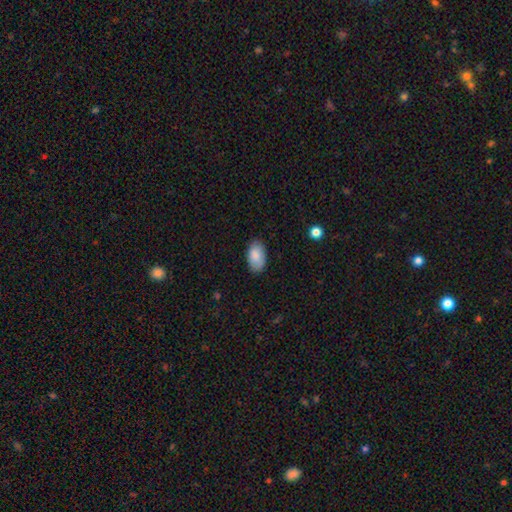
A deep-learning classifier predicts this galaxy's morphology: smooth-or-featured: smooth: 87% | featured or disk: 7% | star or artifact: 6%
  how-rounded: in between: 95% | round: 4% | cigar-shaped: 1%
  merging: none: 84% | minor disturbance: 13% | major disturbance: 2% | merger: 1%